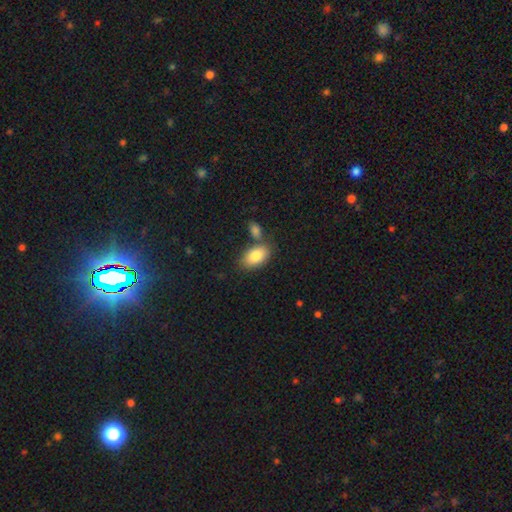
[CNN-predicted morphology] The model was most divided on "merging": none: 65%, merger: 19%, minor disturbance: 13%, major disturbance: 3%. More confident: how rounded — in between (92%); smooth or featured — smooth (83%).